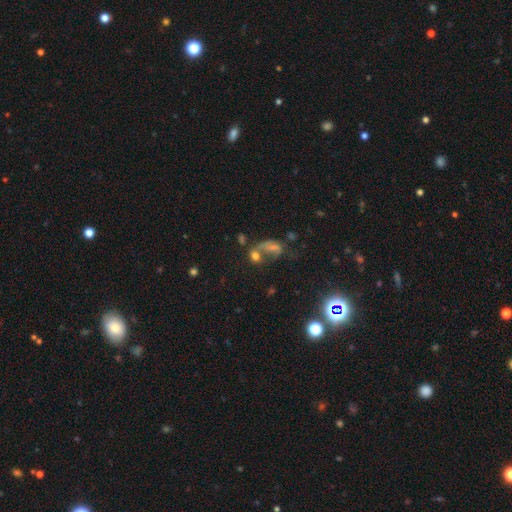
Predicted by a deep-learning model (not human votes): Morphology: type=smooth (61%); roundness=in between (49%); merging=merger (47%).